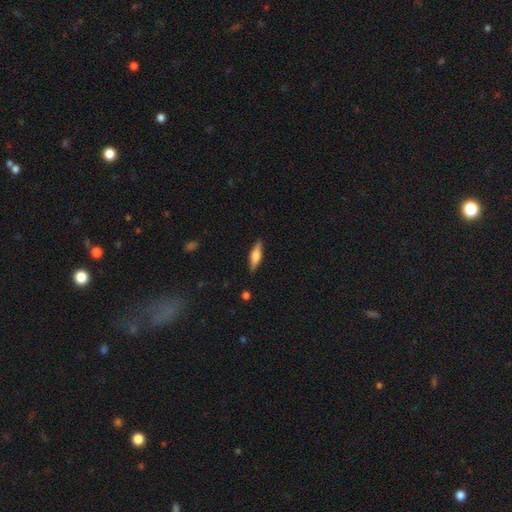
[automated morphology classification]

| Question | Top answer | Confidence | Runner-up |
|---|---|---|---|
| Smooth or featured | smooth | 55% | featured or disk (39%) |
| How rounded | cigar-shaped | 58% | in between (40%) |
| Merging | none | 88% | minor disturbance (9%) |